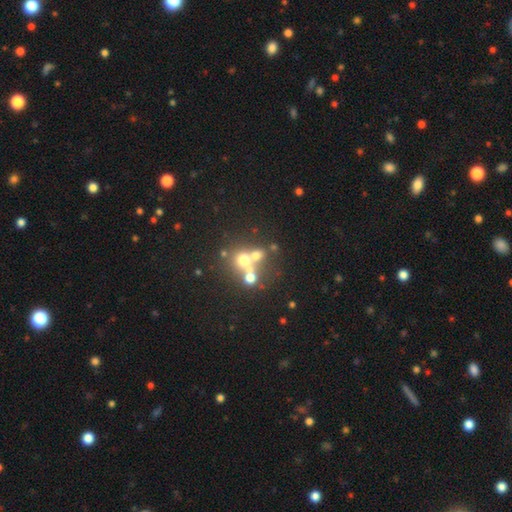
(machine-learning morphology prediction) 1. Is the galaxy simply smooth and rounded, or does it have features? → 53% smooth, 25% featured or disk, 22% star or artifact.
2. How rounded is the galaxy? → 82% round, 17% in between, 1% cigar-shaped.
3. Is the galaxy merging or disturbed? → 49% merger, 37% none, 7% minor disturbance, 6% major disturbance.